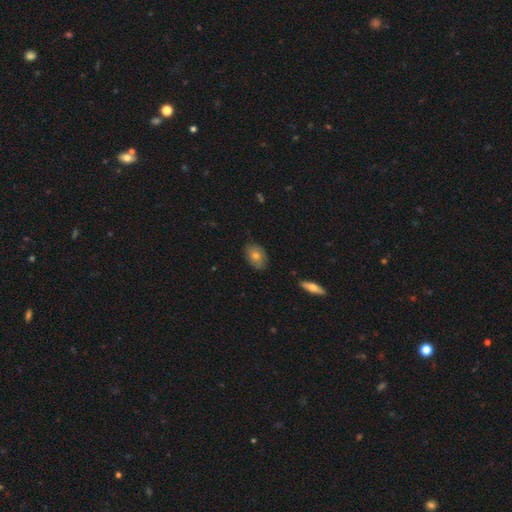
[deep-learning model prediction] Overall: smooth (66%). How rounded: in between (82%). Merging: none (79%).